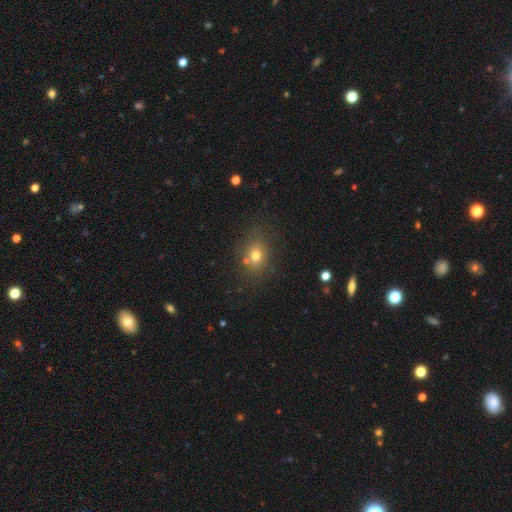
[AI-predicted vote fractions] This is likely a smooth galaxy (73%). How rounded: possibly in between (50%). Merging: likely none (73%).